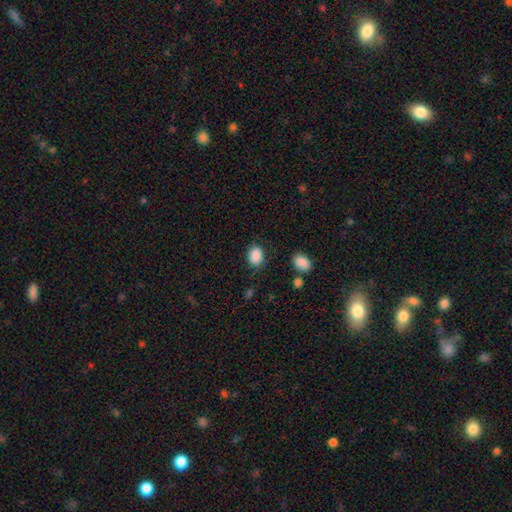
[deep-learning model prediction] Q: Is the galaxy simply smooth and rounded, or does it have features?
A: smooth — 88%.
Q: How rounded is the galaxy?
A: in between — 66%.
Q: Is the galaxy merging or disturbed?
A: none — 81%.